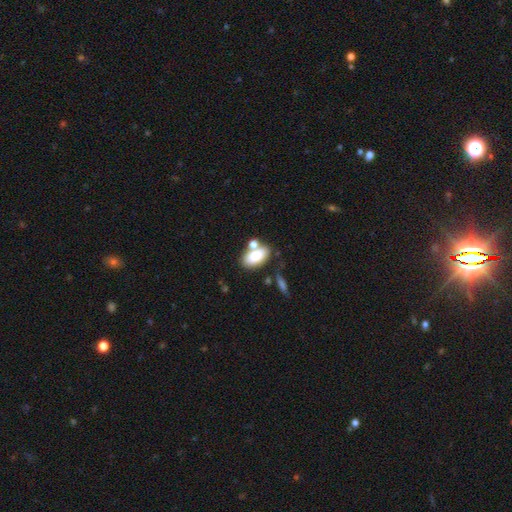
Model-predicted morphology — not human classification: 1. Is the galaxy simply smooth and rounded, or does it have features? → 78% smooth, 14% featured or disk, 8% star or artifact.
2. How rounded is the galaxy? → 90% in between, 7% round, 3% cigar-shaped.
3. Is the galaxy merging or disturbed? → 56% none, 27% merger, 13% minor disturbance, 5% major disturbance.